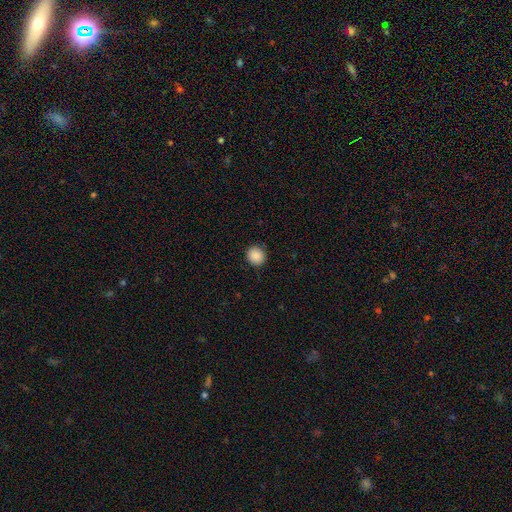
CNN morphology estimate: Q: Smooth or featured?
A: smooth (89%); runner-up: star or artifact (9%)
Q: How rounded?
A: round (89%); runner-up: in between (11%)
Q: Merging?
A: none (90%); runner-up: minor disturbance (7%)